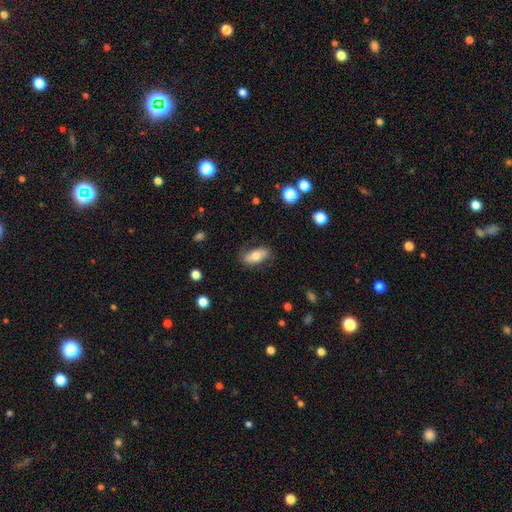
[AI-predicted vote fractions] smooth_or_featured: smooth (p=0.70) [alt: featured or disk p=0.23]
how_rounded: in between (p=0.85) [alt: cigar-shaped p=0.12]
merging: none (p=0.78) [alt: minor disturbance p=0.17]